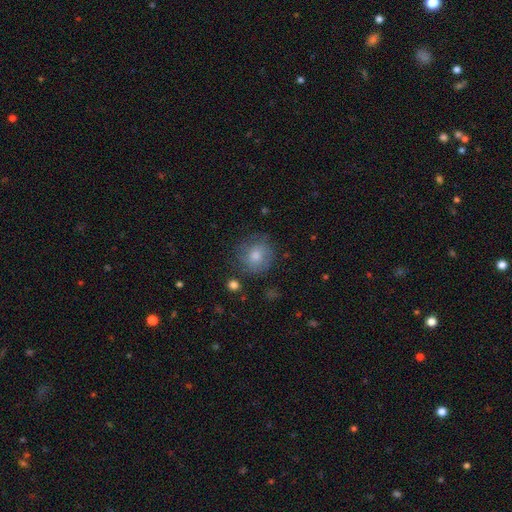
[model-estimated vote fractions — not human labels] smooth-or-featured: smooth: 65% | featured or disk: 26% | star or artifact: 9%
  how-rounded: round: 89% | in between: 10% | cigar-shaped: 1%
  merging: none: 71% | minor disturbance: 19% | major disturbance: 8% | merger: 2%